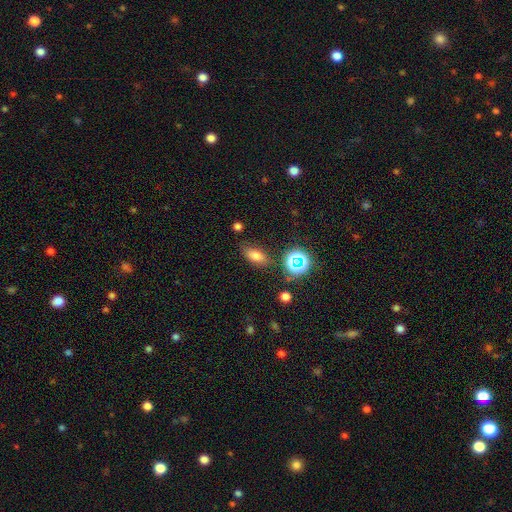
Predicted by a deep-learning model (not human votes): Morphology: type=smooth (73%); roundness=in between (82%); merging=none (79%).